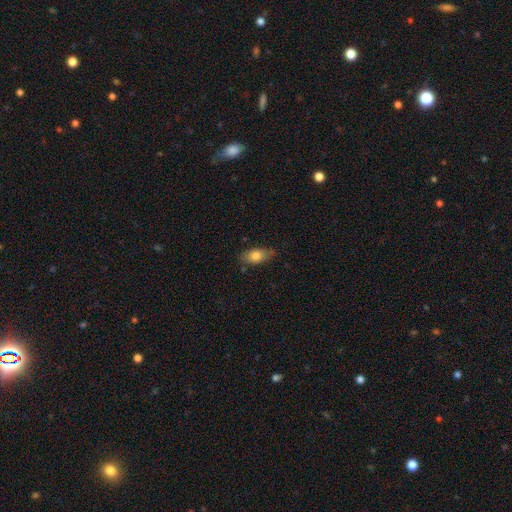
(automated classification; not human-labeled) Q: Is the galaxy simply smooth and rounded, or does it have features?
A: smooth — 76%.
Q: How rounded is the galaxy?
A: in between — 85%.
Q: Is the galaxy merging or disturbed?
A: none — 74%.